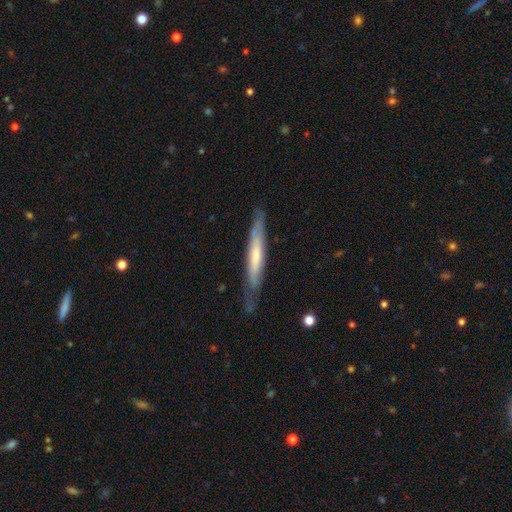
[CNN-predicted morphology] Overall: featured or disk (48%; smooth 47%). Merging: none (74%).